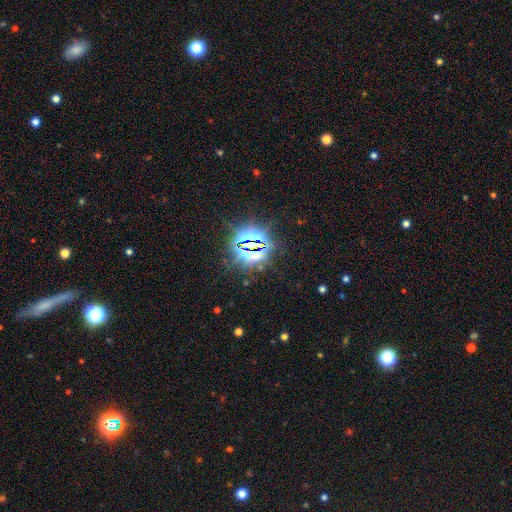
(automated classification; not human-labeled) smooth_or_featured: star or artifact (p=0.81) [alt: smooth p=0.12]